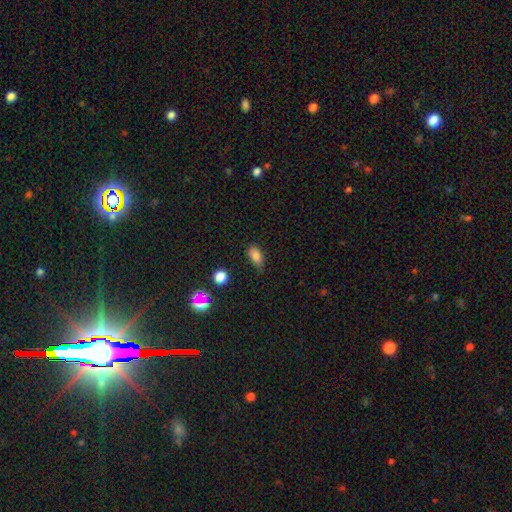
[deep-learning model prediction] Morphology: type=smooth (82%); roundness=in between (86%); merging=none (62%).